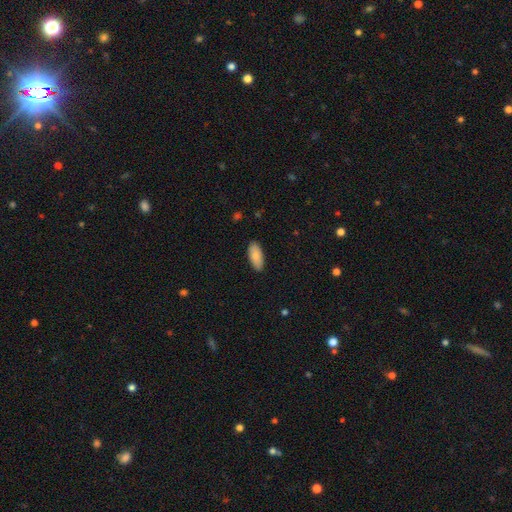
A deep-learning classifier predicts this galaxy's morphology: type=smooth (85%); roundness=in between (85%); merging=none (89%).